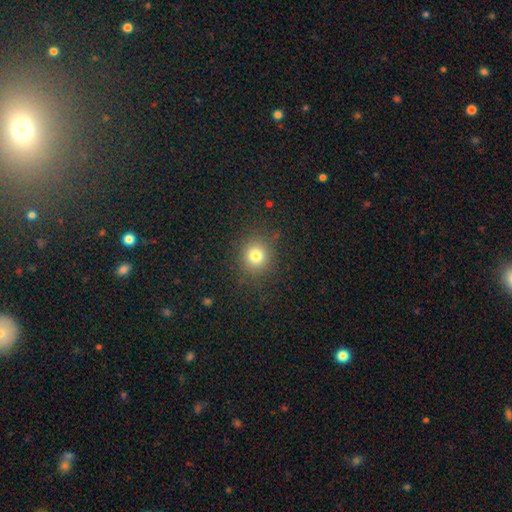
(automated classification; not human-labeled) This appears to be a smooth galaxy with no disk features (78%) that is round (87%). Merging: none (87%).